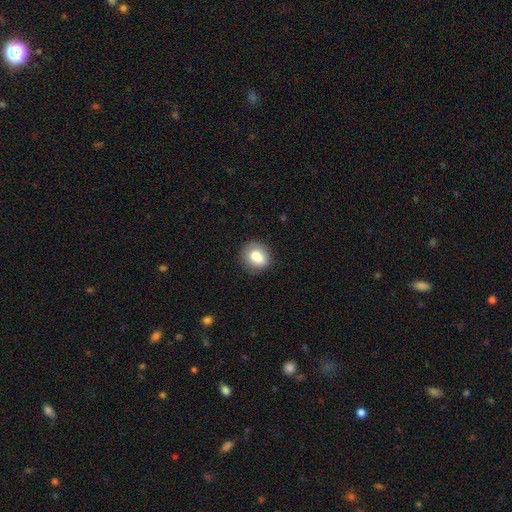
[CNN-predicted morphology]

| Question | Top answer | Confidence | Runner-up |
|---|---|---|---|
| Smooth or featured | smooth | 79% | featured or disk (13%) |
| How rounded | round | 65% | in between (34%) |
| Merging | none | 79% | minor disturbance (15%) |